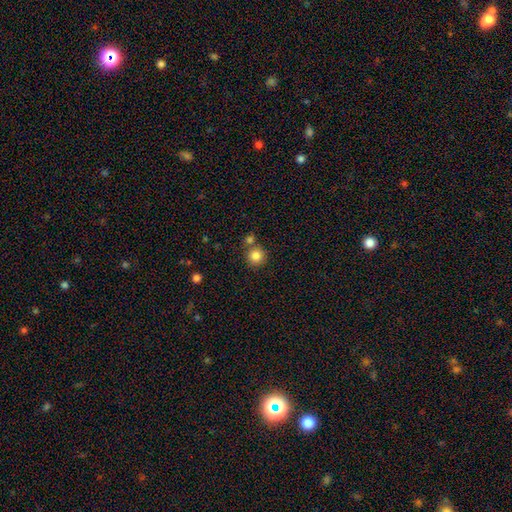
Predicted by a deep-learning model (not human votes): This is clearly a smooth galaxy (84%). How rounded: clearly round (93%). Merging: likely none (73%).